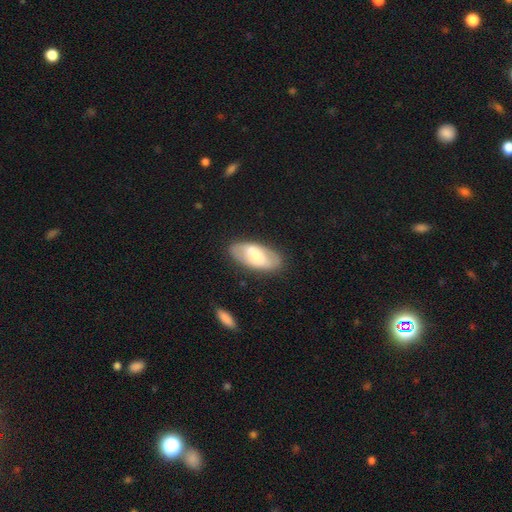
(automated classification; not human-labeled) Smooth or featured?
  - featured or disk: 50% *
  - smooth: 44%
  - star or artifact: 6%
Edge-on disk?
  - no: 88% *
  - yes: 12%
Merging?
  - none: 83% *
  - minor disturbance: 12%
  - major disturbance: 4%
  - merger: 2%